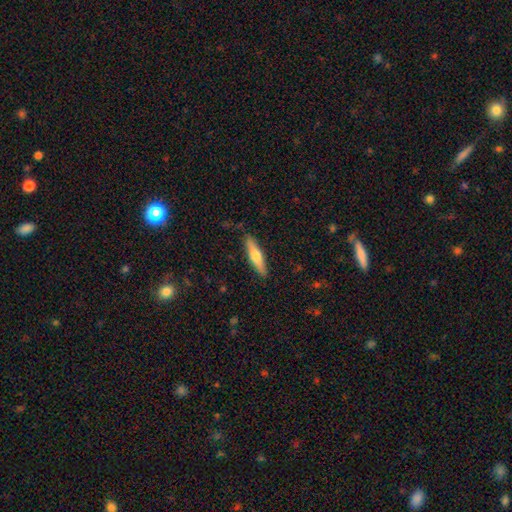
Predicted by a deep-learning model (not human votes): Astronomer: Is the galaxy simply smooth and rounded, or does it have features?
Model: smooth — 54% (runner-up: featured or disk, 41%).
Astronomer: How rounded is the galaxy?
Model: cigar-shaped — 81%.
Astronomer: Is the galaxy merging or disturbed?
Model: none — 88%.